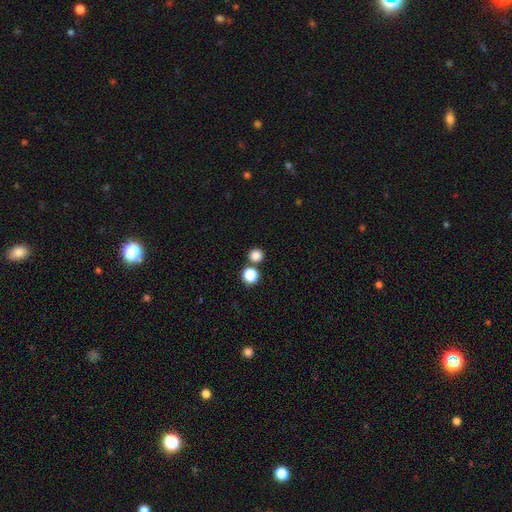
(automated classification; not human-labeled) Smooth or featured? Predicted: smooth (p=0.82). How rounded? Predicted: round (p=0.93). Merging? Predicted: none (p=0.78).